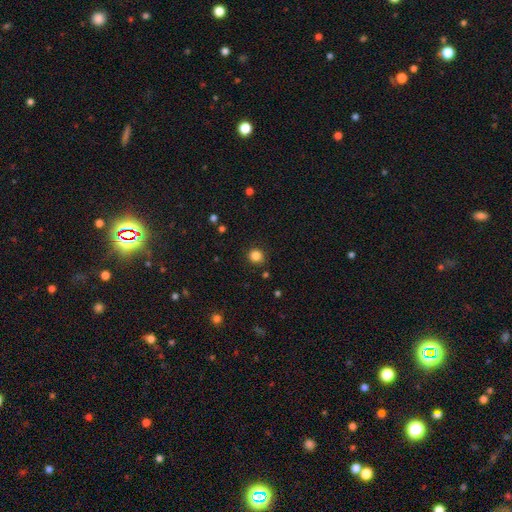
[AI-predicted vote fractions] This appears to be a smooth galaxy with no disk features (84%) that is round (89%). Merging: none (88%).